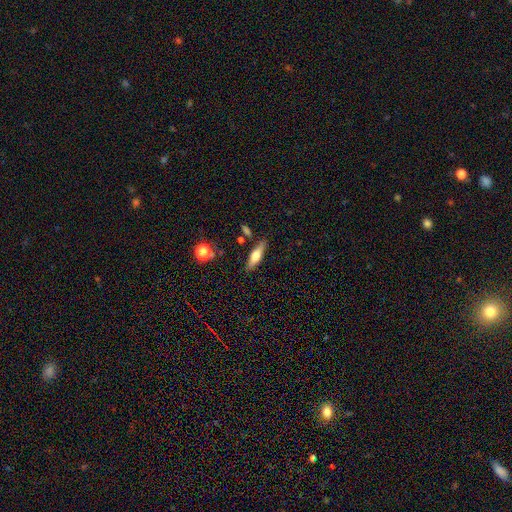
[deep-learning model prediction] Overall: smooth (49%; featured or disk 44%). Merging: none (82%).